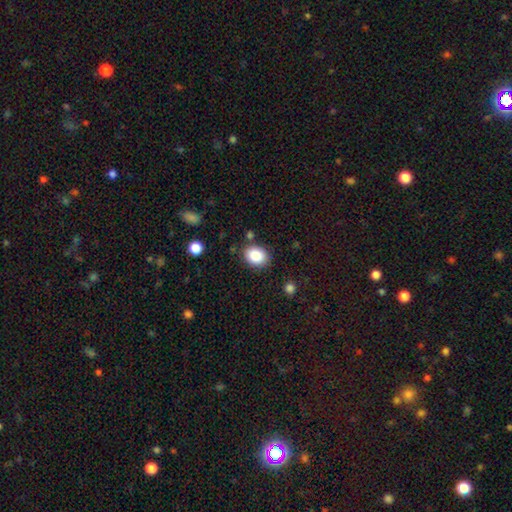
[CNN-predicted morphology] smooth 87%, star or artifact 8%, featured or disk 4%. Down the decision tree: how rounded — in between (60%); merging — none (83%).